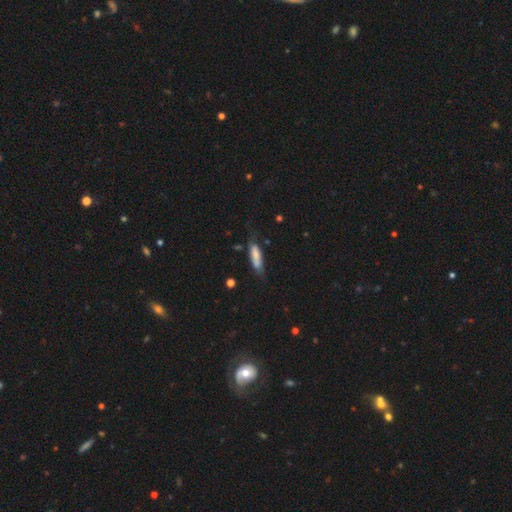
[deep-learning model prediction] This appears to be a smooth galaxy with no disk features (71%) that is cigar-shaped (60%). Merging: none (55%).